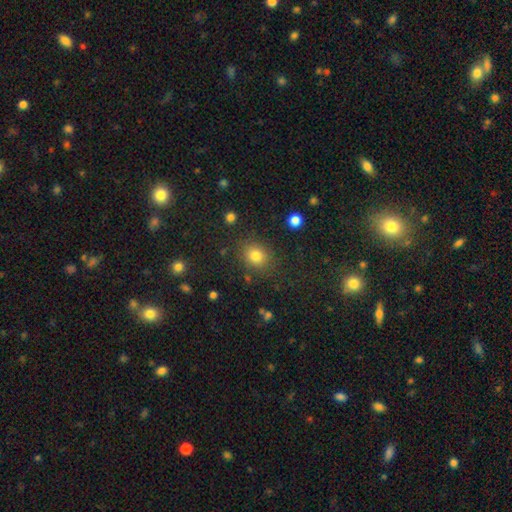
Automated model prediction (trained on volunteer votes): Smooth or featured?
  - smooth: 80% *
  - star or artifact: 13%
  - featured or disk: 7%
How rounded?
  - round: 73% *
  - in between: 26%
  - cigar-shaped: 1%
Merging?
  - none: 84% *
  - minor disturbance: 10%
  - major disturbance: 4%
  - merger: 3%